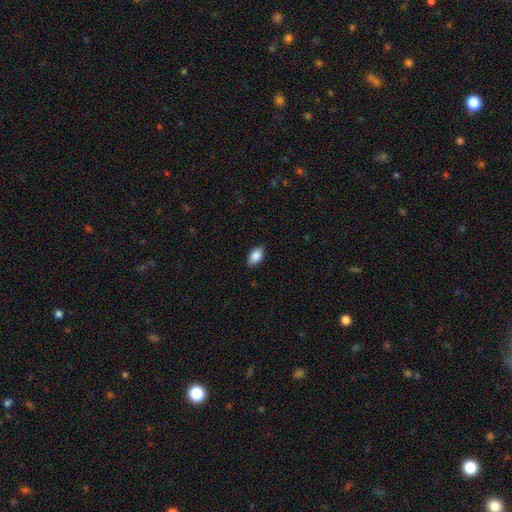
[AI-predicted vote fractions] smooth-or-featured: smooth: 87% | star or artifact: 7% | featured or disk: 6%
  how-rounded: in between: 92% | round: 6% | cigar-shaped: 2%
  merging: none: 83% | minor disturbance: 13% | major disturbance: 2% | merger: 1%